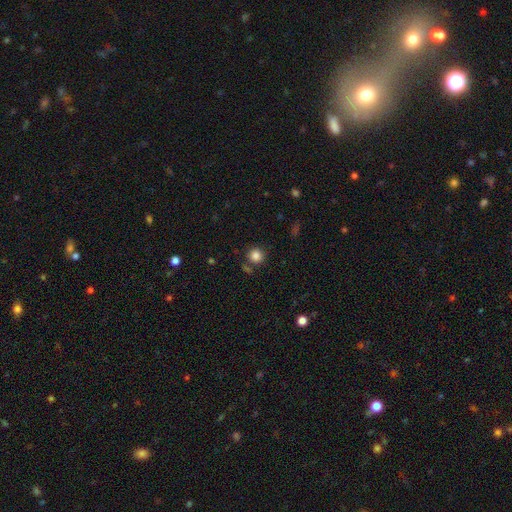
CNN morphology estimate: A smooth galaxy with no disk features (85%) that is round (92%). Merging: none (81%).